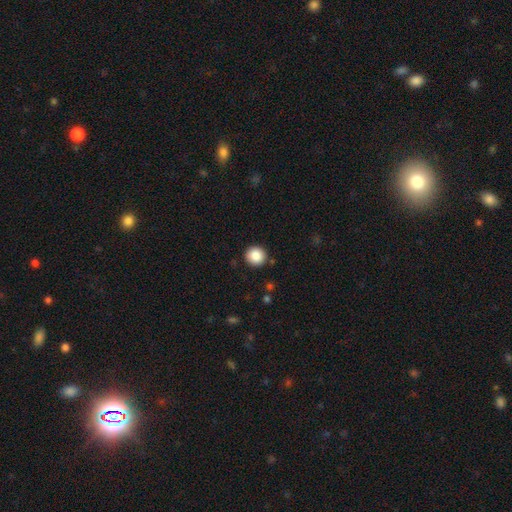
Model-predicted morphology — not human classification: A smooth galaxy with no disk features (86%) that is round (95%). Merging: none (91%).